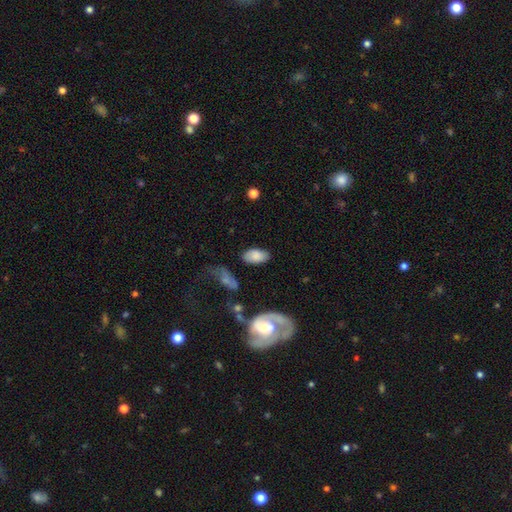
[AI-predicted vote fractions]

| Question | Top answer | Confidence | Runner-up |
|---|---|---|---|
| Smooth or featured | smooth | 79% | featured or disk (14%) |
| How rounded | in between | 94% | round (4%) |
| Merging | none | 76% | minor disturbance (15%) |